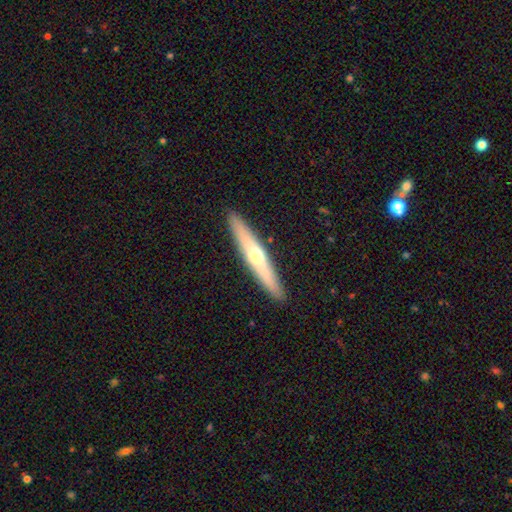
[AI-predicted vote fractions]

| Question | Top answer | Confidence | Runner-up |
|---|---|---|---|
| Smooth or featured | featured or disk | 54% | smooth (41%) |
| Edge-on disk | yes | 94% | no (6%) |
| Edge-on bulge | rounded | 83% | none (15%) |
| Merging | none | 92% | minor disturbance (6%) |